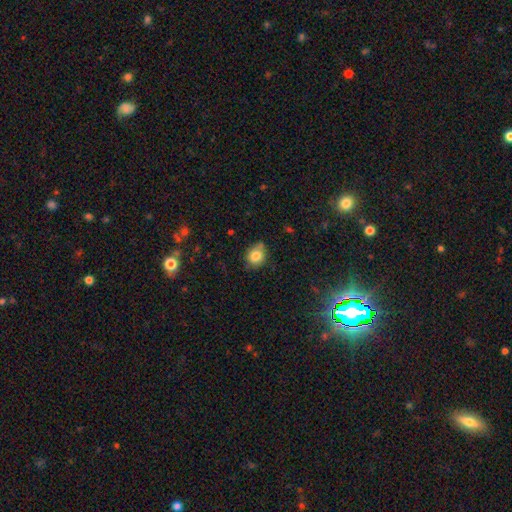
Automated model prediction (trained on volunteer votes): This appears to be a smooth galaxy with no disk features (81%) that is round (65%). Merging: none (70%).